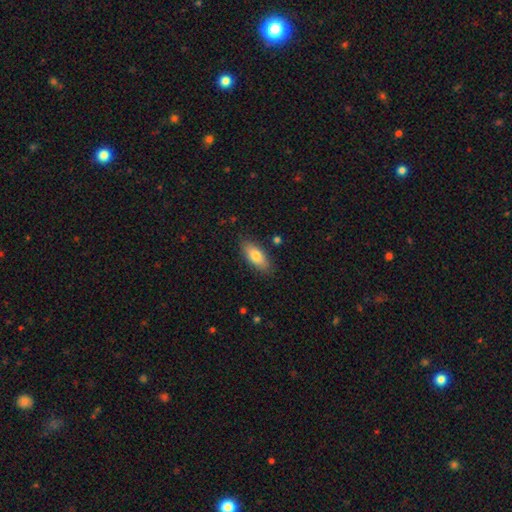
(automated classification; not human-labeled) A smooth galaxy with no disk features (80%) that is in between round and cigar-shaped (81%). Merging: none (85%).